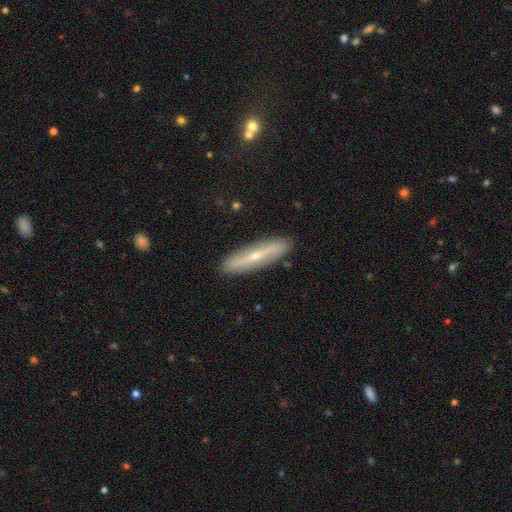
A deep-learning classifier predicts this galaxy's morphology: type=featured or disk (63%); edge-on=yes (66%); merging=none (90%).